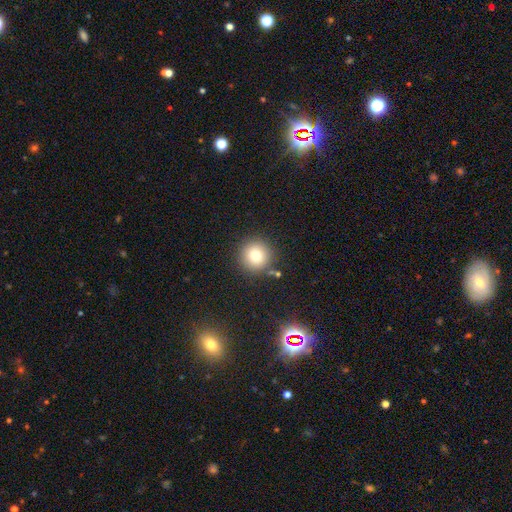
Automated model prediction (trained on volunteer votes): Smooth or featured?
  - smooth: 77% *
  - star or artifact: 13%
  - featured or disk: 10%
How rounded?
  - round: 95% *
  - in between: 4%
  - cigar-shaped: 1%
Merging?
  - none: 86% *
  - minor disturbance: 7%
  - merger: 4%
  - major disturbance: 3%